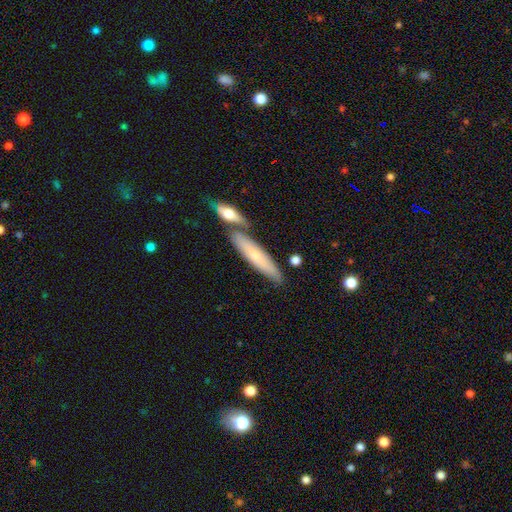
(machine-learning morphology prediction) type=smooth (64%); roundness=cigar-shaped (77%); merging=none (63%).